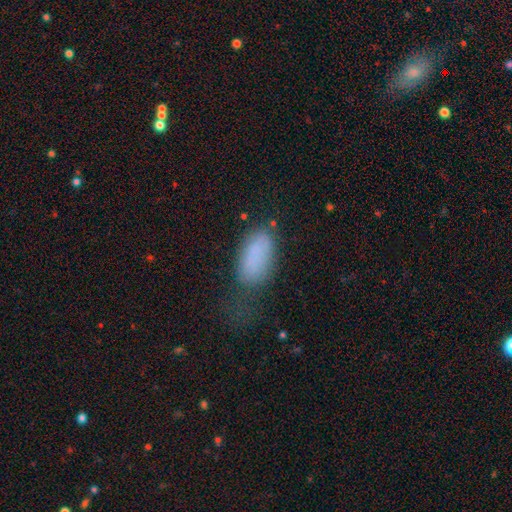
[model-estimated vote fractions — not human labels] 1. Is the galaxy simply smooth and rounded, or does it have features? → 81% smooth, 10% star or artifact, 10% featured or disk.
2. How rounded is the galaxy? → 91% in between, 6% cigar-shaped, 3% round.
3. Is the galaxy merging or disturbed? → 39% none, 30% minor disturbance, 27% major disturbance, 4% merger.